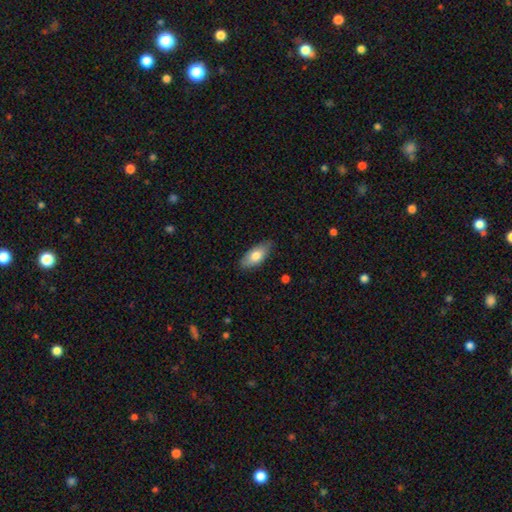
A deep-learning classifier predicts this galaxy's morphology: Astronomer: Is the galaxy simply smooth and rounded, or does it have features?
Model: smooth — 77%.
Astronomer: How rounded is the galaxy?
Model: in between — 87%.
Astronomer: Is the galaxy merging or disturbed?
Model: none — 81%.